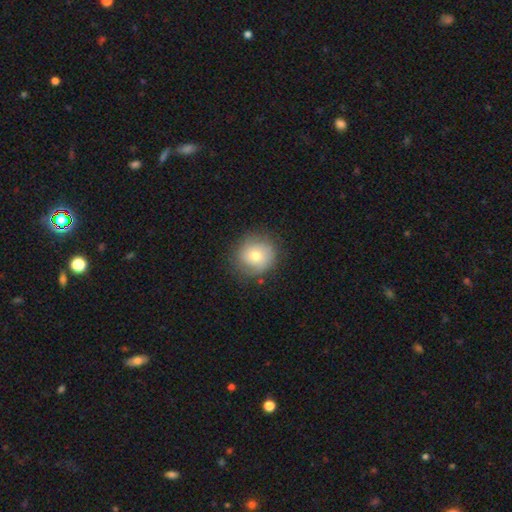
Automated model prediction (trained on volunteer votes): A smooth galaxy with no disk features (68%) that is round (91%). Merging: none (79%).